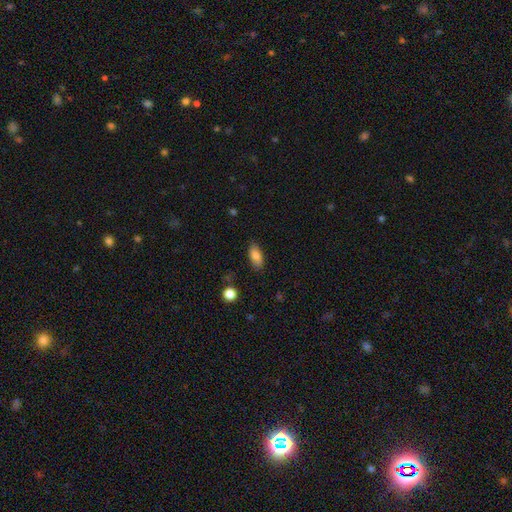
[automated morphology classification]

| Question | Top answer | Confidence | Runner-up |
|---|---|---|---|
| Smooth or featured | smooth | 84% | star or artifact (8%) |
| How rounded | in between | 86% | cigar-shaped (11%) |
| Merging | none | 83% | minor disturbance (13%) |